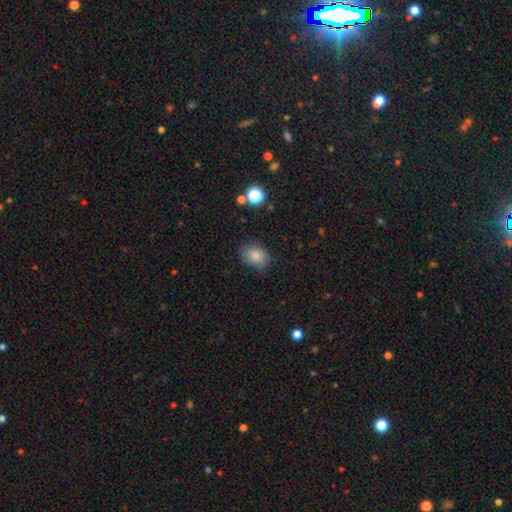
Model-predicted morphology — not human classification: smooth-or-featured: smooth: 84% | star or artifact: 10% | featured or disk: 6%
  how-rounded: in between: 70% | round: 29% | cigar-shaped: 1%
  merging: none: 78% | minor disturbance: 16% | major disturbance: 4% | merger: 2%